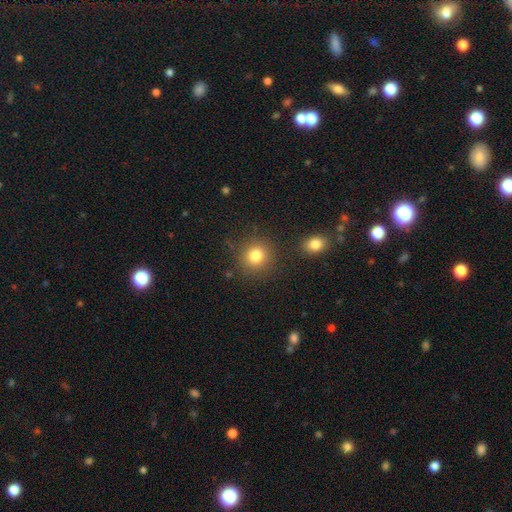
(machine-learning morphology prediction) This is clearly a smooth galaxy (81%). How rounded: clearly round (89%). Merging: clearly none (85%).